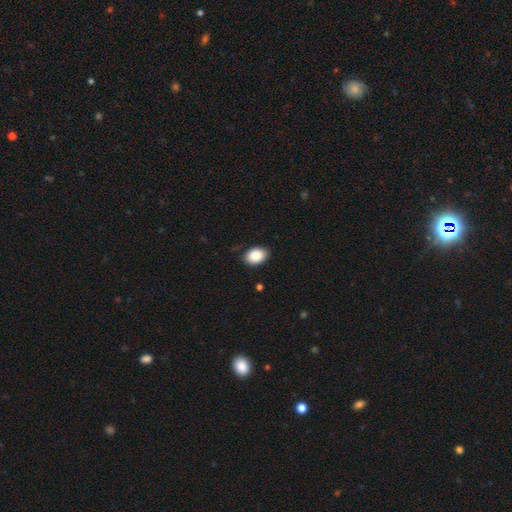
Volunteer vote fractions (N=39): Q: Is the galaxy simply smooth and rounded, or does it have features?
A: smooth — 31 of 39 (79%).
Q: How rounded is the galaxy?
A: in between — 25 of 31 (81%).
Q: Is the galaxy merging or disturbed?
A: none — 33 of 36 (92%).